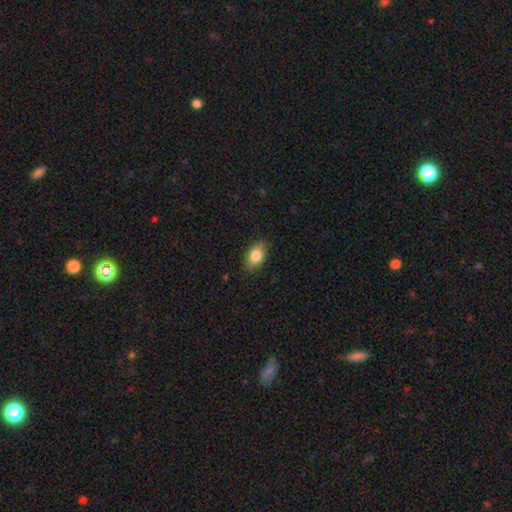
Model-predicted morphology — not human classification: type=smooth (84%); roundness=in between (88%); merging=none (84%).